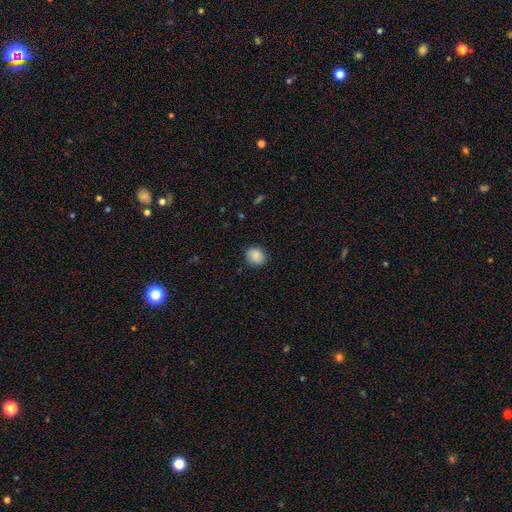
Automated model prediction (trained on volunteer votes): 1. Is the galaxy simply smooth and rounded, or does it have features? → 88% smooth, 8% star or artifact, 4% featured or disk.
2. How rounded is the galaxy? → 72% round, 27% in between, 1% cigar-shaped.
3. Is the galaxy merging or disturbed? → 86% none, 10% minor disturbance, 2% major disturbance, 1% merger.